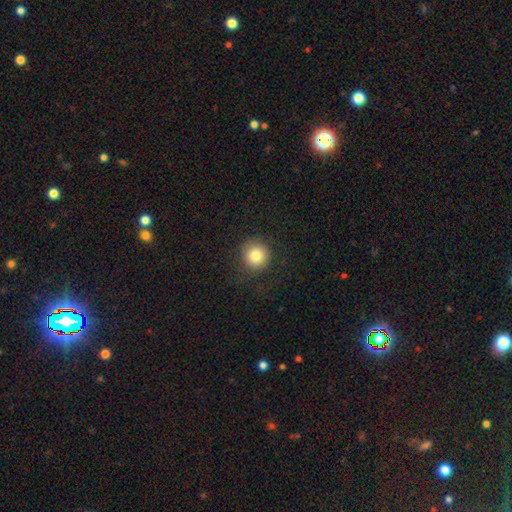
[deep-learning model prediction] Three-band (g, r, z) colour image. It shows a smooth galaxy with no disk features (81%) that is round (94%). Merging: none (86%).